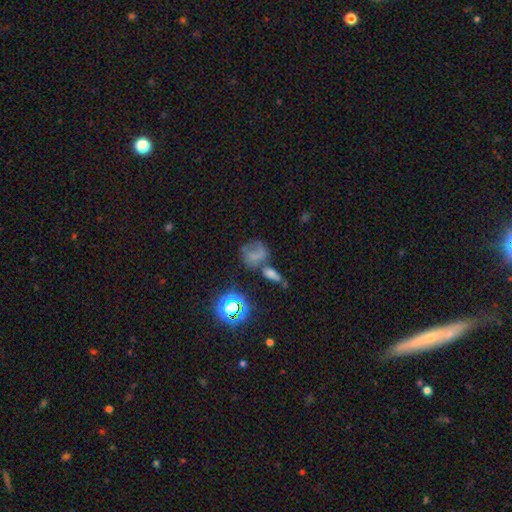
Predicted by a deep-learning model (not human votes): Q: Smooth or featured?
A: smooth (52%); runner-up: featured or disk (25%)
Q: How rounded?
A: round (56%); runner-up: in between (41%)
Q: Merging?
A: none (34%); runner-up: merger (27%)